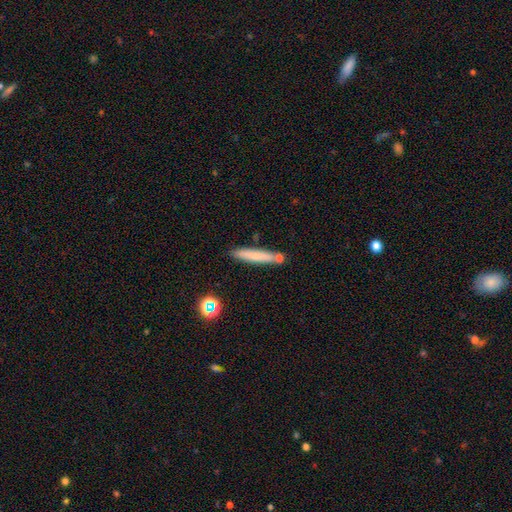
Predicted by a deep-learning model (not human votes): smooth_or_featured: smooth (p=0.71) [alt: featured or disk p=0.21]
how_rounded: cigar-shaped (p=0.94) [alt: in between p=0.05]
merging: none (p=0.76) [alt: minor disturbance p=0.12]